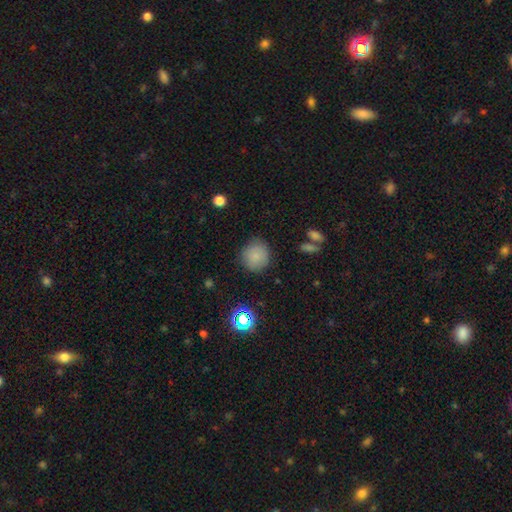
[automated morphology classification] Overall: smooth (83%). How rounded: round (90%). Merging: none (85%).